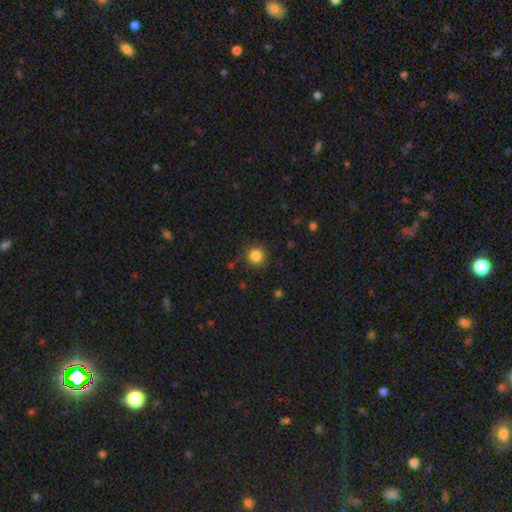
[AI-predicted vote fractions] The model was most divided on "smooth or featured": smooth: 84%, star or artifact: 11%, featured or disk: 4%. More confident: how rounded — round (93%); merging — none (85%).